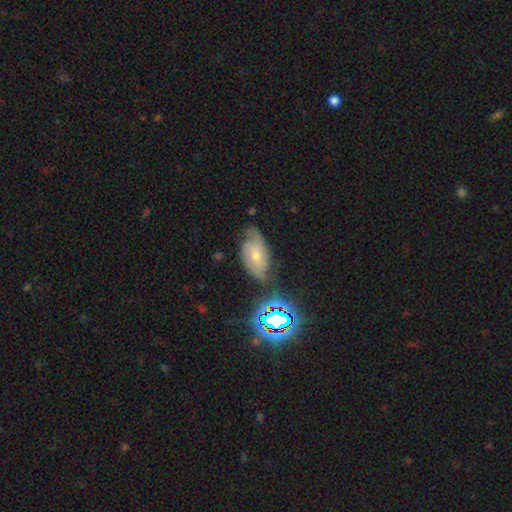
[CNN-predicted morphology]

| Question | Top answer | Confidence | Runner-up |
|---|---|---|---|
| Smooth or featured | featured or disk | 47% | smooth (36%) |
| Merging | none | 55% | minor disturbance (30%) |